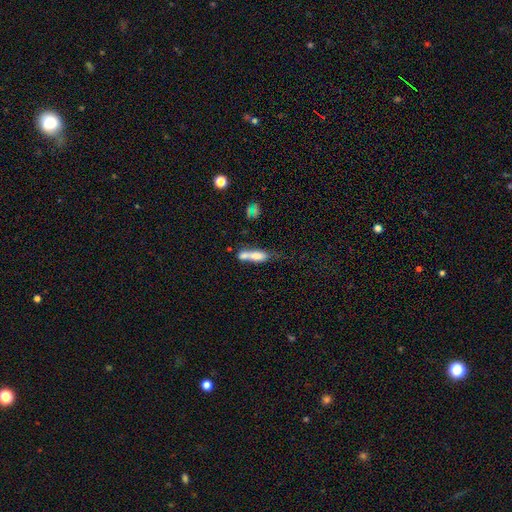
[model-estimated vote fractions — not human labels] Q: Smooth or featured?
A: smooth (65%); runner-up: featured or disk (25%)
Q: How rounded?
A: cigar-shaped (48%); tied with: in between (48%)
Q: Merging?
A: merger (48%); runner-up: none (24%)